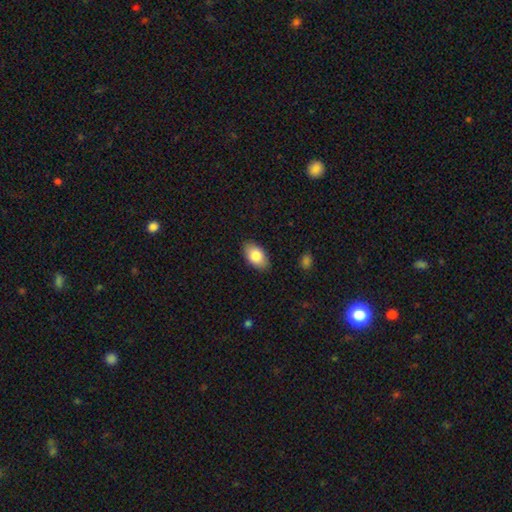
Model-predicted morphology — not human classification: Smooth or featured? smooth (83%)
How rounded? in between (93%)
Merging? none (87%)